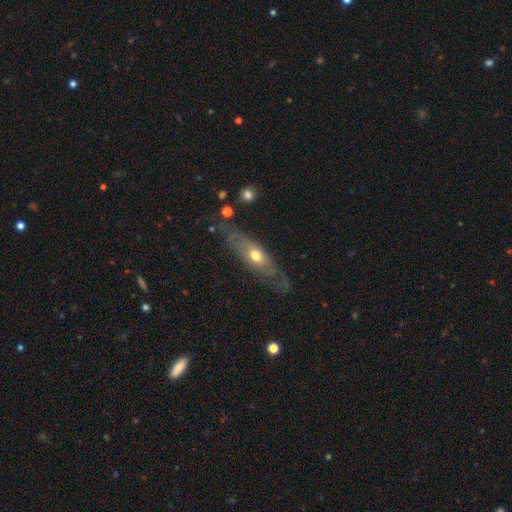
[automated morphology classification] Q: Smooth or featured?
A: featured or disk (61%); runner-up: smooth (33%)
Q: Edge-on disk?
A: no (54%); runner-up: yes (46%)
Q: Merging?
A: none (67%); runner-up: minor disturbance (20%)